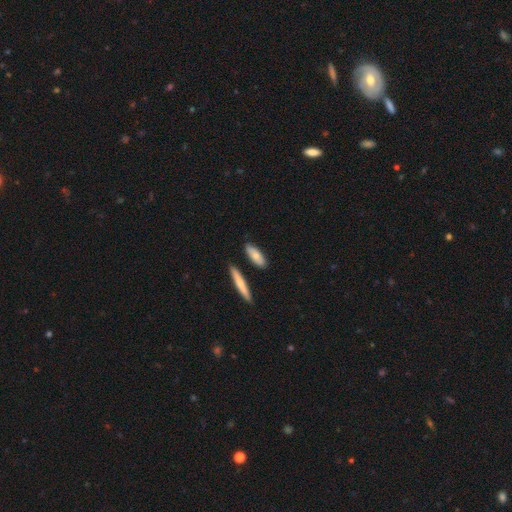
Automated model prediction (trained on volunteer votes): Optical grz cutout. It shows a smooth galaxy with no disk features (69%) that is in between round and cigar-shaped (57%). Merging: none (82%).